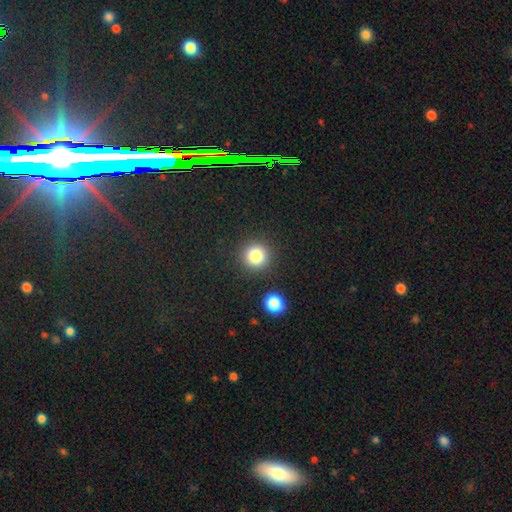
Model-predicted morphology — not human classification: The model was most divided on "smooth or featured": smooth: 82%, star or artifact: 12%, featured or disk: 6%. More confident: how rounded — round (94%); merging — none (88%).